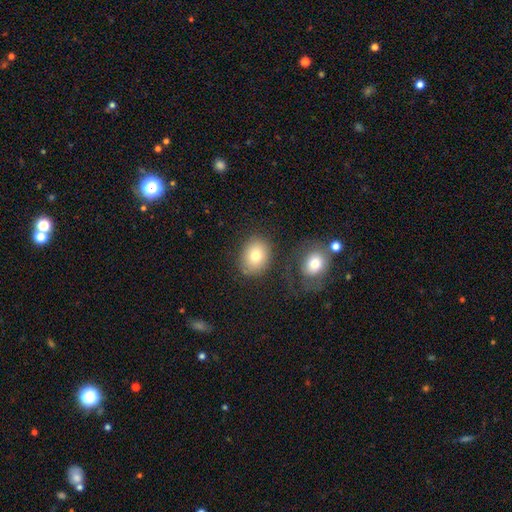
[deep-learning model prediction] The model was most divided on "how rounded": in between: 56%, round: 43%, cigar-shaped: 1%. More confident: smooth or featured — smooth (78%); merging — none (72%).